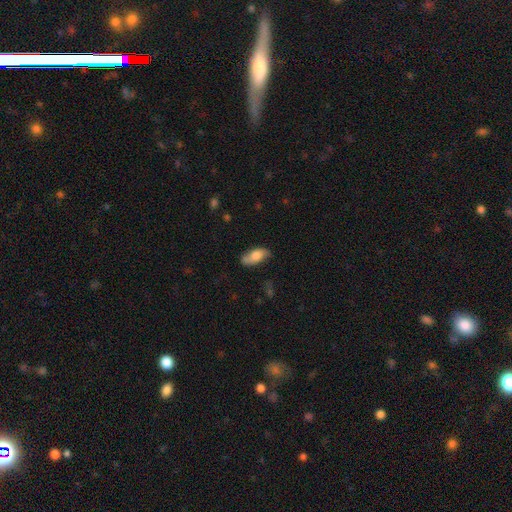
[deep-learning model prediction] smooth-or-featured: smooth: 61% | featured or disk: 31% | star or artifact: 7%
  how-rounded: in between: 86% | cigar-shaped: 11% | round: 3%
  merging: none: 70% | minor disturbance: 22% | major disturbance: 6% | merger: 2%